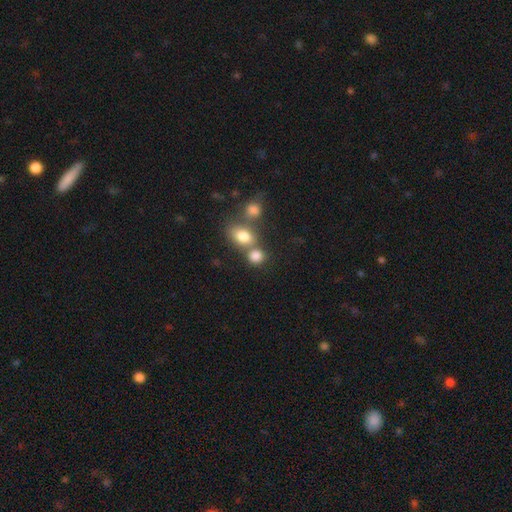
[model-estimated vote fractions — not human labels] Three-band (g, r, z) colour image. It shows a smooth galaxy with no disk features (81%) that is round (64%). Merging: none (47%).